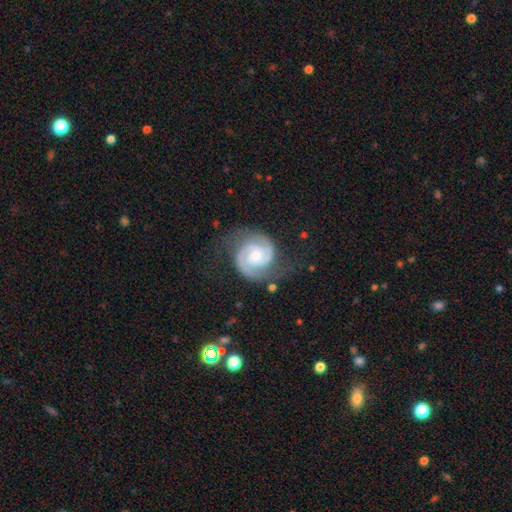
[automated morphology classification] Smooth or featured?
  - featured or disk: 91% *
  - smooth: 5%
  - star or artifact: 5%
Edge-on disk?
  - no: 98% *
  - yes: 2%
Bar?
  - no: 59% *
  - weak: 33%
  - strong: 8%
Spiral arms?
  - yes: 98% *
  - no: 2%
Spiral winding?
  - tight: 52% *
  - medium: 42%
  - loose: 6%
Spiral arm count?
  - 2: 93% *
  - can't tell: 2%
  - 3: 2%
  - 1: 1%
  - 4: 1%
  - more than 4: 1%
Bulge size?
  - moderate: 46% *
  - small: 42%
  - none: 6%
  - large: 4%
  - dominant: 1%
Merging?
  - none: 72% *
  - minor disturbance: 18%
  - major disturbance: 8%
  - merger: 2%